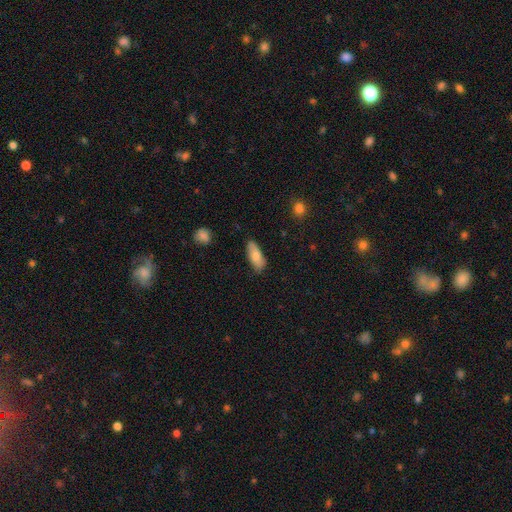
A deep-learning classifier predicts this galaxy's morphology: The model was most divided on "merging": none: 77%, minor disturbance: 18%, major disturbance: 3%, merger: 2%. More confident: how rounded — in between (79%); smooth or featured — smooth (78%).